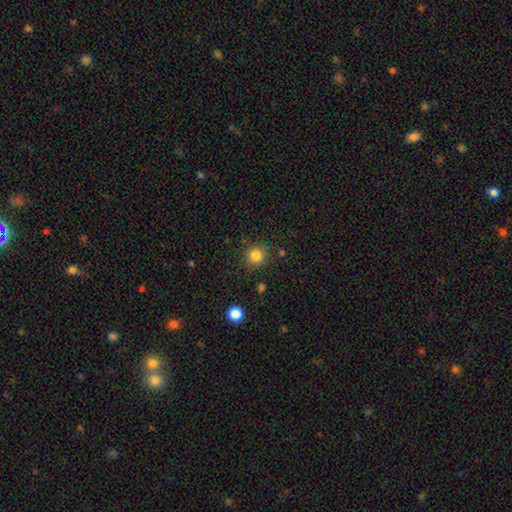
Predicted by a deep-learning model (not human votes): Q: Smooth or featured?
A: smooth (83%); runner-up: star or artifact (12%)
Q: How rounded?
A: round (90%); runner-up: in between (9%)
Q: Merging?
A: none (86%); runner-up: minor disturbance (8%)